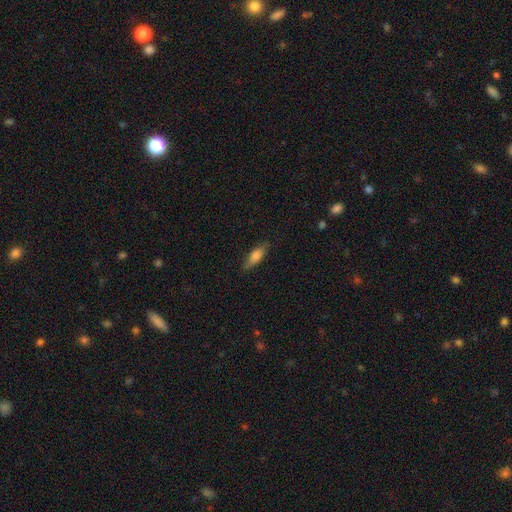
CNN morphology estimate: type=smooth (73%); roundness=in between (56%); merging=none (80%).